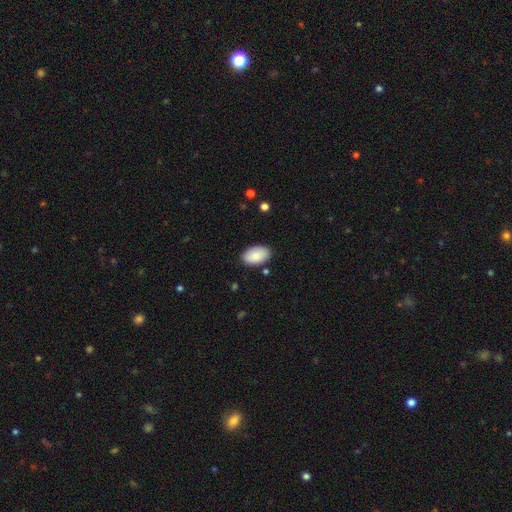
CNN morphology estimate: This appears to be a smooth galaxy with no disk features (86%) that is in between round and cigar-shaped (95%). Merging: none (86%).